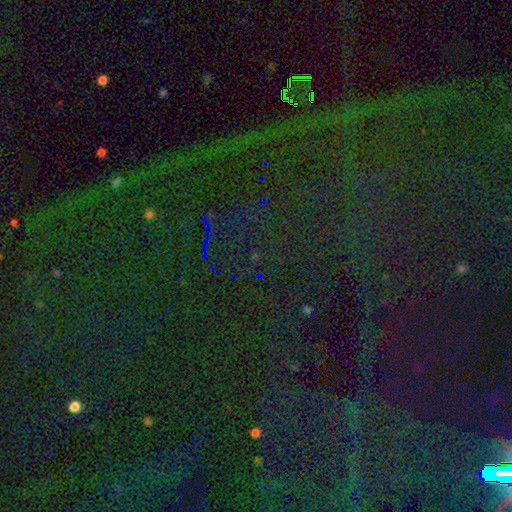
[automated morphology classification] star or artifact 83%, smooth 9%, featured or disk 8%.